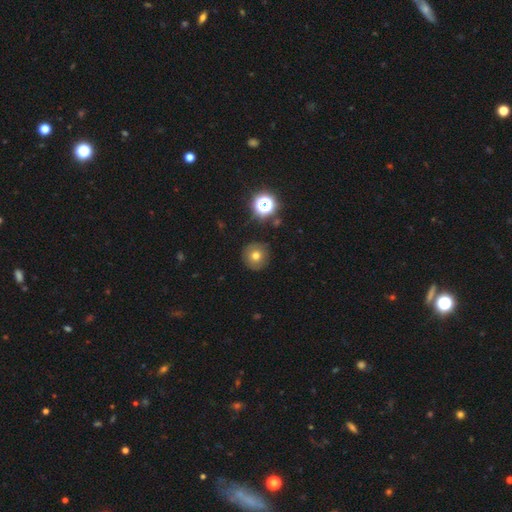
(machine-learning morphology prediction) Smooth or featured?
  - smooth: 67% *
  - star or artifact: 17%
  - featured or disk: 16%
How rounded?
  - round: 95% *
  - in between: 4%
  - cigar-shaped: 1%
Merging?
  - none: 86% *
  - minor disturbance: 9%
  - major disturbance: 3%
  - merger: 2%